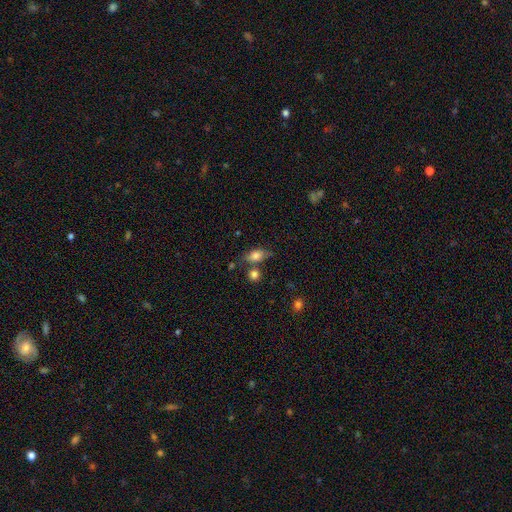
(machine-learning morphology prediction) Overall: smooth (74%). How rounded: in between (78%). Merging: none (62%).